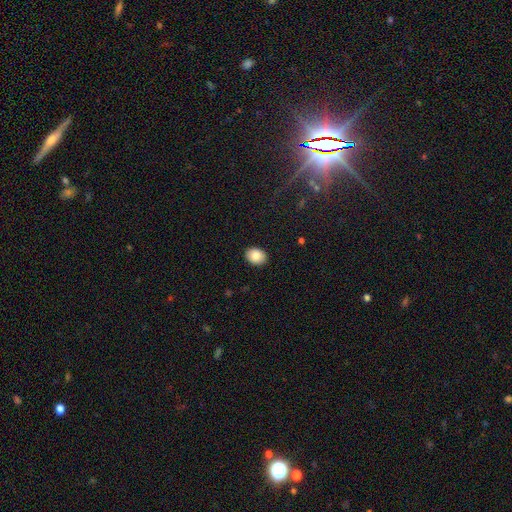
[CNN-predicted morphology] Smooth or featured?
  - smooth: 87% *
  - star or artifact: 8%
  - featured or disk: 5%
How rounded?
  - in between: 60% *
  - round: 39%
  - cigar-shaped: 1%
Merging?
  - none: 90% *
  - minor disturbance: 7%
  - major disturbance: 2%
  - merger: 1%